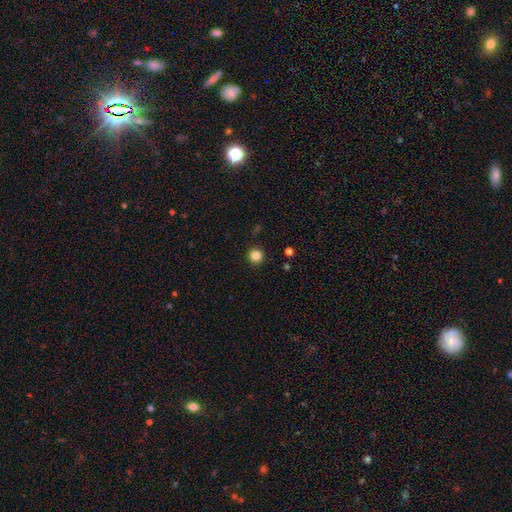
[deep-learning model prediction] This appears to be a smooth galaxy with no disk features (83%) that is round (95%). Merging: none (92%).